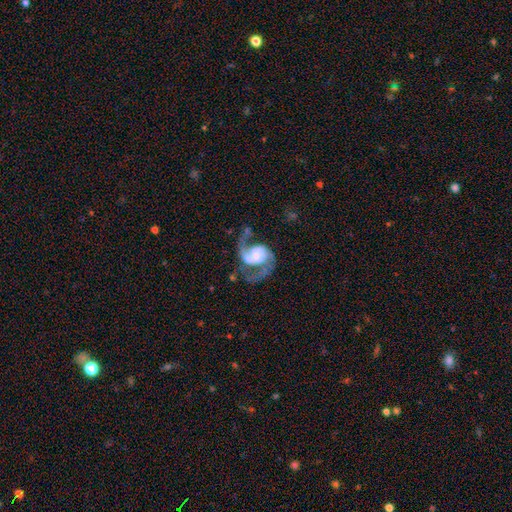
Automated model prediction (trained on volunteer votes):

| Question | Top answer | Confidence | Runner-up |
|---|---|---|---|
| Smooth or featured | featured or disk | 86% | smooth (8%) |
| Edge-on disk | no | 98% | yes (2%) |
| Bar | no | 64% | weak (28%) |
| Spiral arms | yes | 94% | no (6%) |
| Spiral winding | medium | 47% | loose (40%) |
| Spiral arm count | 2 | 85% | 1 (8%) |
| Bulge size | small | 40% | none (23%) |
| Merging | none | 45% | major disturbance (29%) |